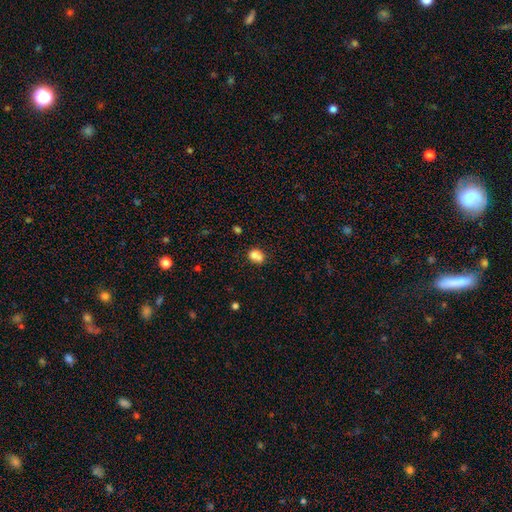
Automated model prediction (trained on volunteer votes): Smooth or featured? smooth (79%)
How rounded? in between (50%)
Merging? none (43%)